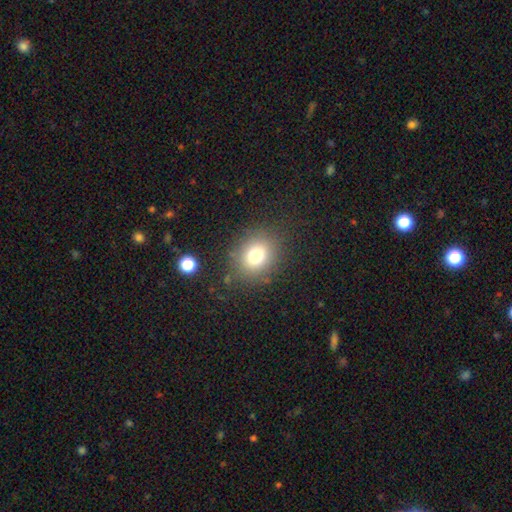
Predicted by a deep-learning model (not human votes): This appears to be a smooth galaxy with no disk features (76%) that is round (70%). Merging: none (84%).